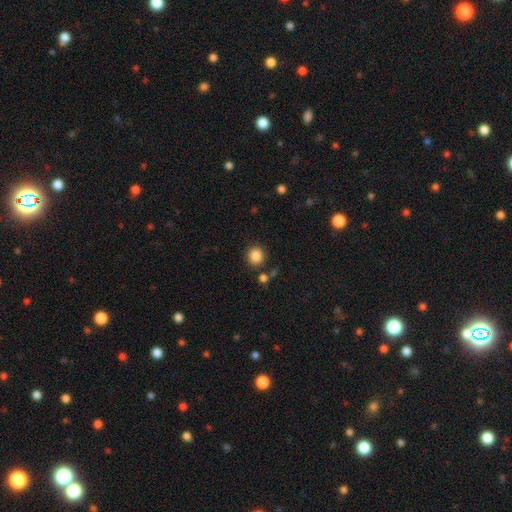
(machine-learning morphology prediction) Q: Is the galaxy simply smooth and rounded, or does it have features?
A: smooth — 86%.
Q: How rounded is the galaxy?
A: round — 88%.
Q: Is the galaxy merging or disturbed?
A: none — 84%.